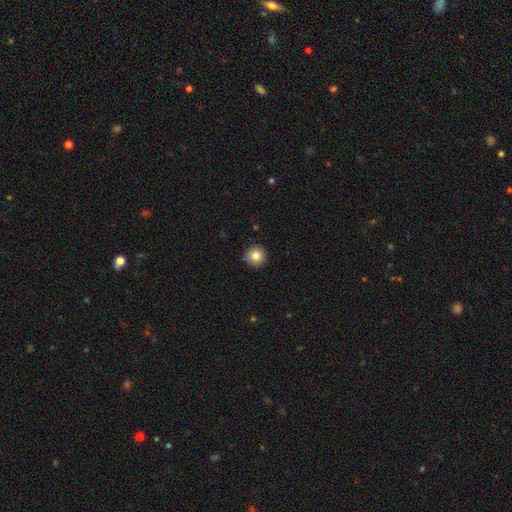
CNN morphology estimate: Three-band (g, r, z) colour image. It shows a smooth galaxy with no disk features (83%) that is round (95%). Merging: none (90%).